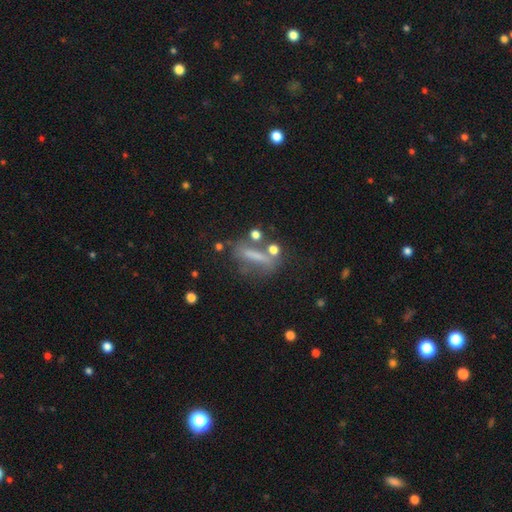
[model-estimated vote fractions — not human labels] A smooth galaxy with no disk features (48%). Merging: none (49%).